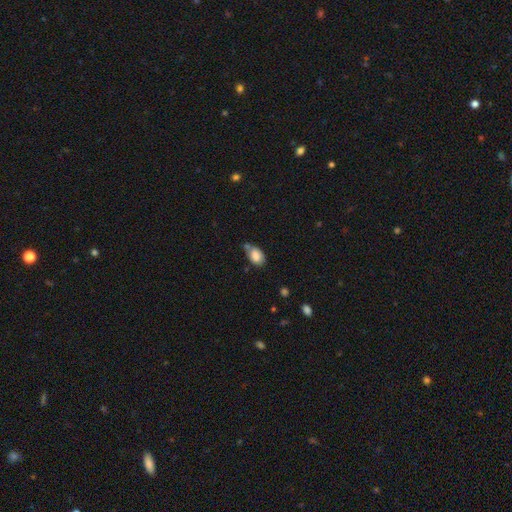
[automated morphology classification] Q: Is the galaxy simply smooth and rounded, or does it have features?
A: smooth — 82%.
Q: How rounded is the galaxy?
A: in between — 87%.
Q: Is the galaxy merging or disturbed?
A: none — 46%.